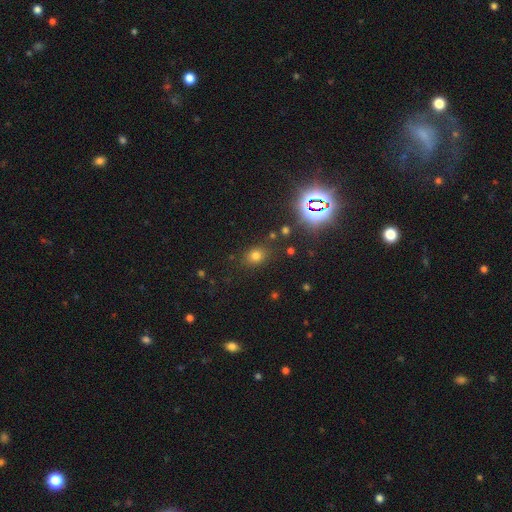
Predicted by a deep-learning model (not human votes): smooth-or-featured: smooth: 71% | star or artifact: 21% | featured or disk: 8%
  how-rounded: round: 50% | in between: 49% | cigar-shaped: 1%
  merging: none: 81% | minor disturbance: 12% | major disturbance: 4% | merger: 3%